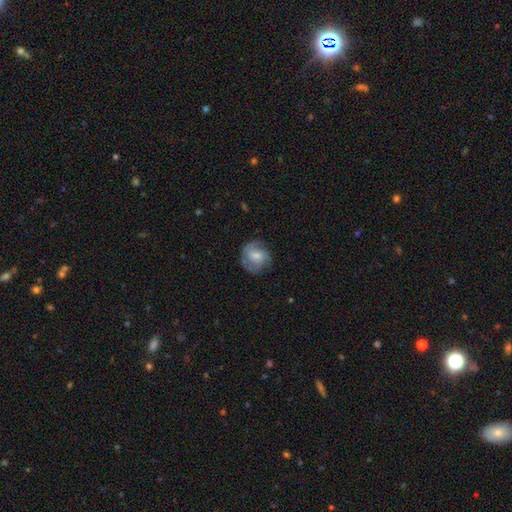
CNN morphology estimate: This is possibly a featured or disk galaxy (51%). It is clearly not viewed edge-on (97%). Merging: likely none (67%).